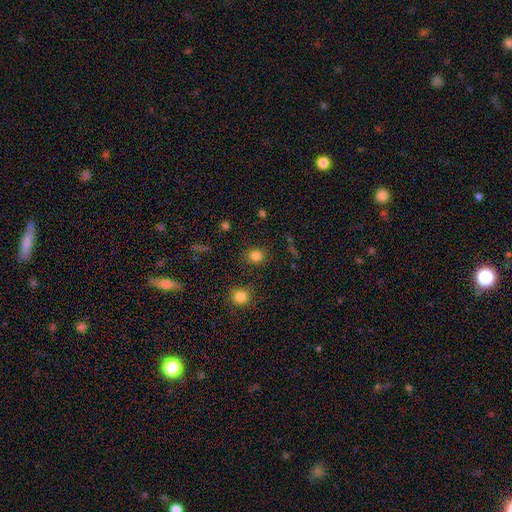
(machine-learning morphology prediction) smooth_or_featured: smooth (p=0.82) [alt: star or artifact p=0.13]
how_rounded: round (p=0.82) [alt: in between p=0.17]
merging: none (p=0.87) [alt: minor disturbance p=0.08]